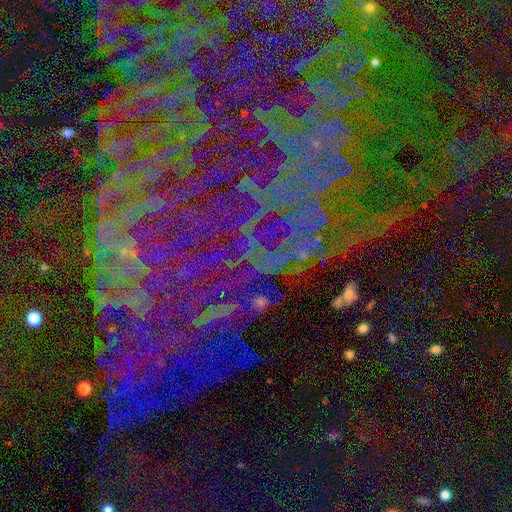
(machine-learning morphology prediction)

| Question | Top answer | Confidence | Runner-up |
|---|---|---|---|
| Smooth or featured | star or artifact | 84% | featured or disk (9%) |